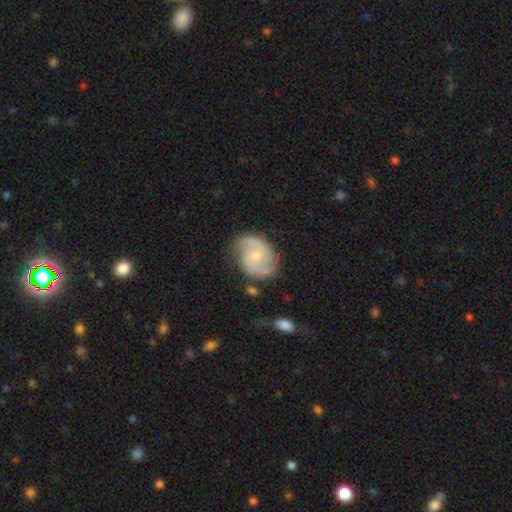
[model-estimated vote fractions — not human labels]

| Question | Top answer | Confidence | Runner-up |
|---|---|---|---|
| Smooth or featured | featured or disk | 80% | smooth (15%) |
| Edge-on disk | no | 97% | yes (3%) |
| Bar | no | 57% | weak (38%) |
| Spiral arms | yes | 95% | no (5%) |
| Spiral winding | medium | 48% | tight (34%) |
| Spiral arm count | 2 | 81% | can't tell (8%) |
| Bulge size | moderate | 49% | small (46%) |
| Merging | none | 70% | minor disturbance (20%) |